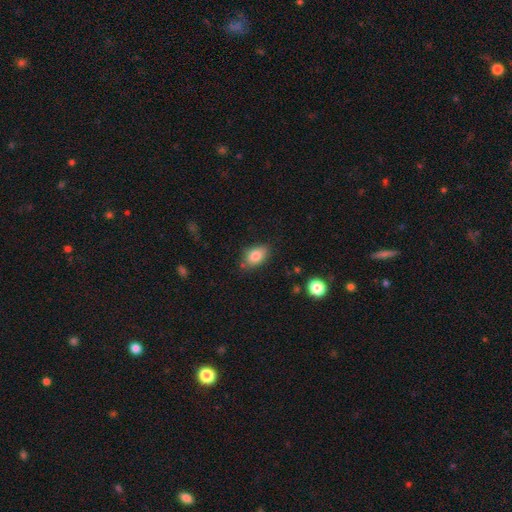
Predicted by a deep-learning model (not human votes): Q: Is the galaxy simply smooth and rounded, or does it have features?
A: smooth — 84%.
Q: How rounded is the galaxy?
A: in between — 85%.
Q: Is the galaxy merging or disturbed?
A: none — 74%.